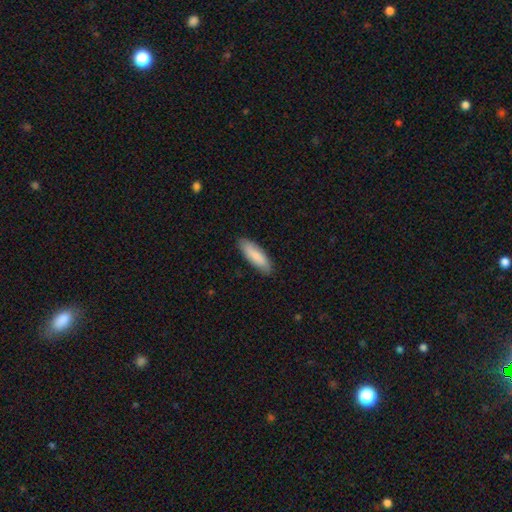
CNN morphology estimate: This appears to be a smooth galaxy with no disk features (85%) that is cigar-shaped (51%). Merging: none (86%).